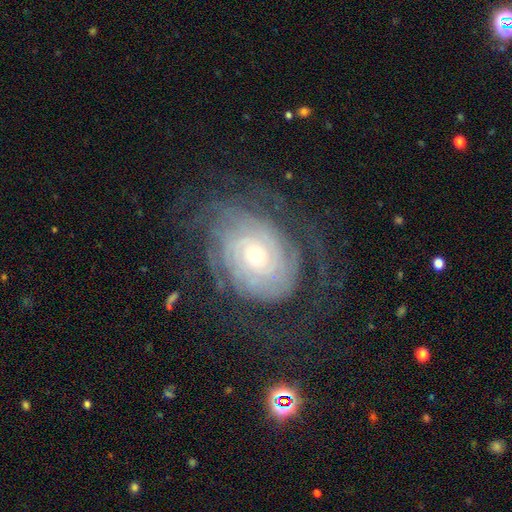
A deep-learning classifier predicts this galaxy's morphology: smooth_or_featured: featured or disk (p=0.84) [alt: smooth p=0.09]
disk_edge_on: no (p=0.96) [alt: yes p=0.04]
bar: no (p=0.76) [alt: weak p=0.19]
has_spiral_arms: yes (p=0.94) [alt: no p=0.06]
spiral_winding: tight (p=0.75) [alt: medium p=0.18]
spiral_arm_count: can't tell (p=0.45) [alt: 2 p=0.16]
bulge_size: small (p=0.70) [alt: moderate p=0.25]
merging: none (p=0.68) [alt: major disturbance p=0.16]